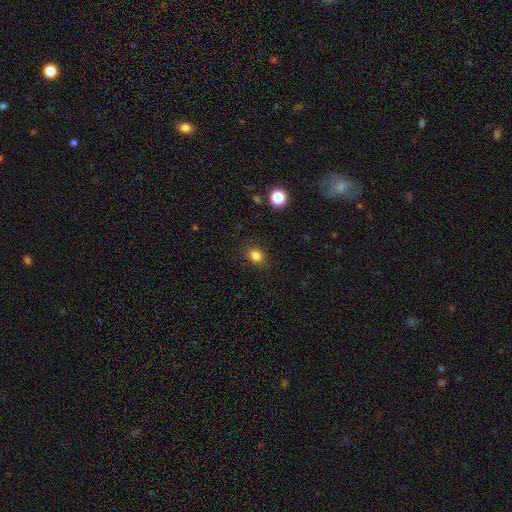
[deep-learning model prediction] smooth_or_featured: smooth (p=0.83) [alt: star or artifact p=0.12]
how_rounded: round (p=0.53) [alt: in between p=0.46]
merging: none (p=0.88) [alt: minor disturbance p=0.09]